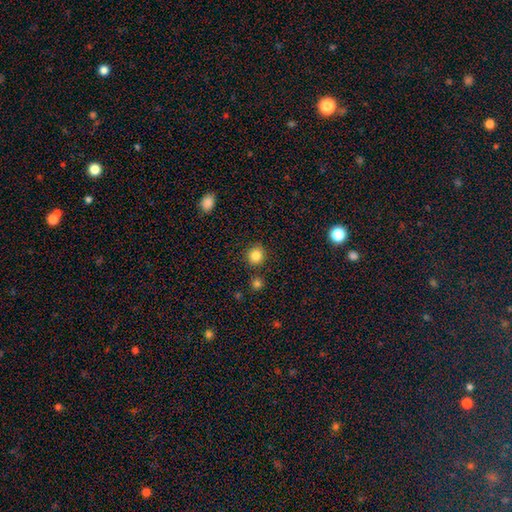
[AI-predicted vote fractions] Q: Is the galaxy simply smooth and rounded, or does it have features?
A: smooth — 84%.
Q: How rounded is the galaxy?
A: round — 90%.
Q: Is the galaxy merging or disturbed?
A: none — 86%.